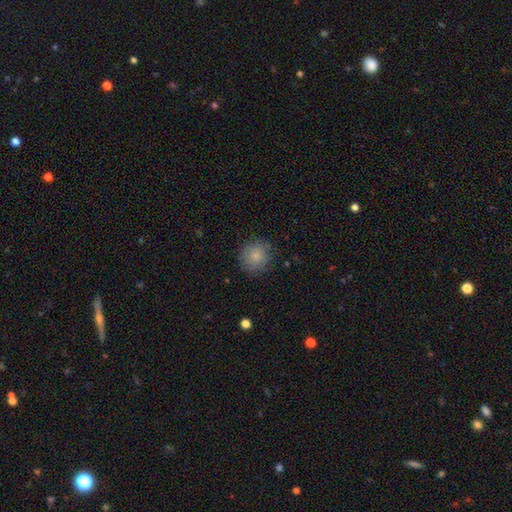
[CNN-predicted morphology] Overall: smooth (84%). How rounded: round (91%). Merging: none (84%).